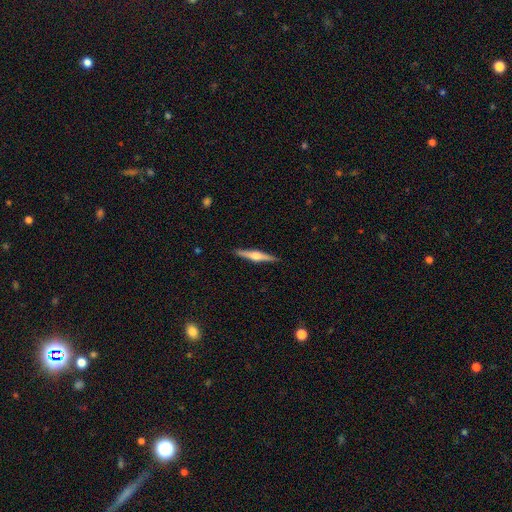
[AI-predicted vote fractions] smooth-or-featured: featured or disk: 71% | smooth: 24% | star or artifact: 5%
  disk-edge-on: yes: 98% | no: 2%
    edge-on-bulge: rounded: 90% | boxy: 7% | none: 3%
  merging: none: 91% | minor disturbance: 7% | major disturbance: 1% | merger: 1%